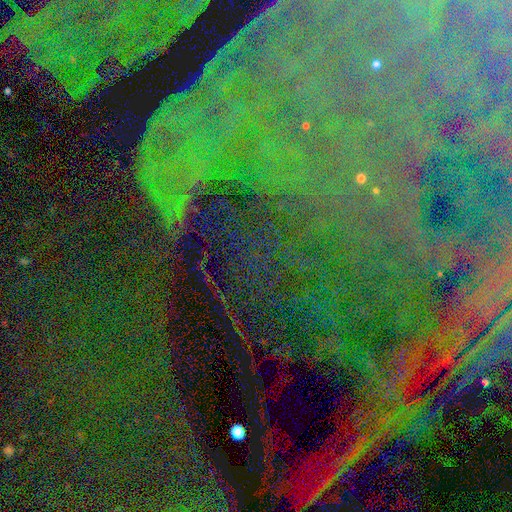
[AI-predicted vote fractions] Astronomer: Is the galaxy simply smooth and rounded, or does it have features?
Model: star or artifact — 83%.